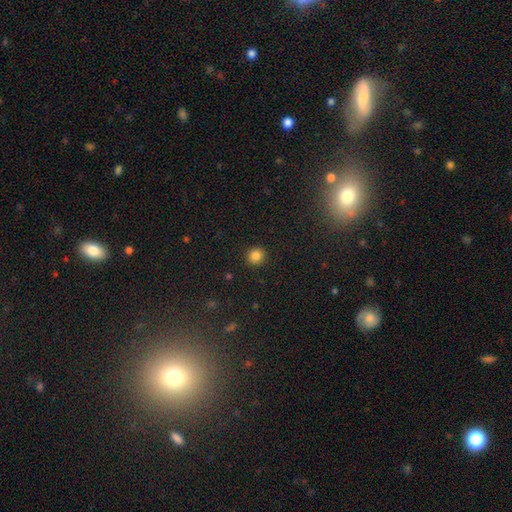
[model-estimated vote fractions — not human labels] Smooth or featured? Predicted: smooth (p=0.85). How rounded? Predicted: round (p=0.91). Merging? Predicted: none (p=0.92).